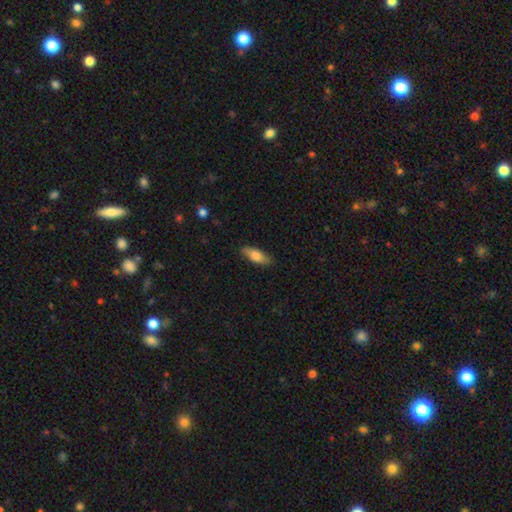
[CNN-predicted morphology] This is likely a smooth galaxy (74%). How rounded: likely in between (68%). Merging: clearly none (84%).